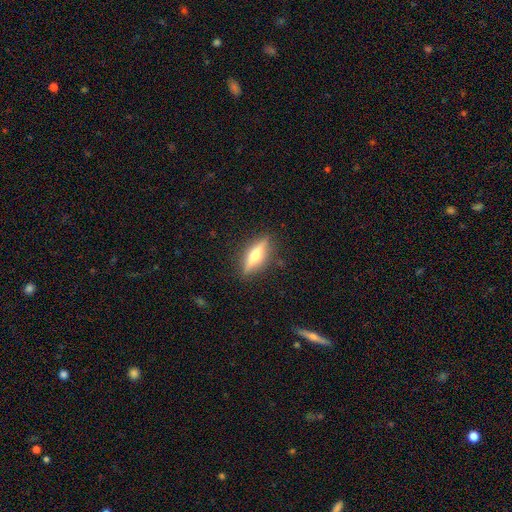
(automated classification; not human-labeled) A featured or disk galaxy (59%) viewed edge-on (92%) with a rounded central bulge (92%). Merging: none (87%).